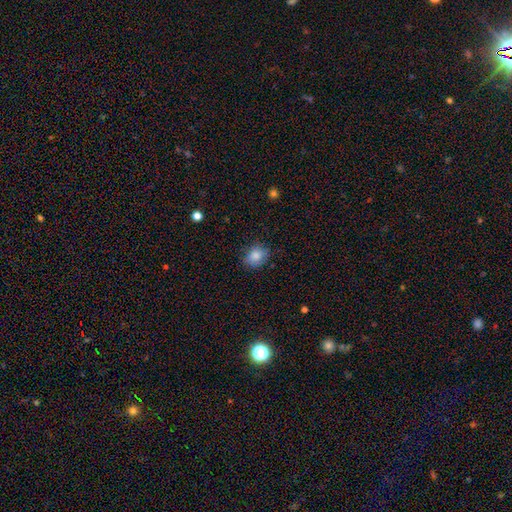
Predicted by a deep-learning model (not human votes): This is clearly a smooth galaxy (84%). How rounded: possibly round (51%). Merging: likely none (78%).